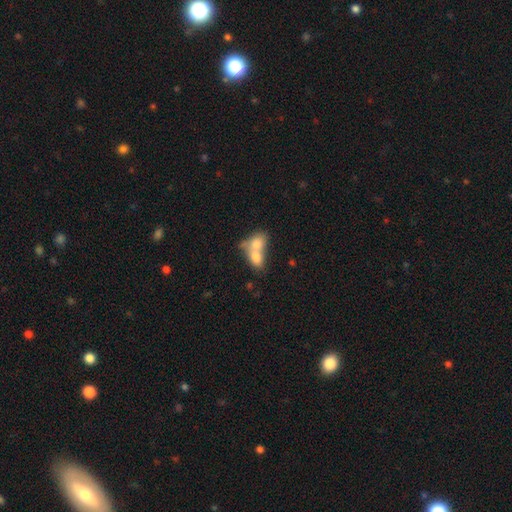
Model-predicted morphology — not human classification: Q: Smooth or featured?
A: smooth (75%); runner-up: featured or disk (17%)
Q: How rounded?
A: in between (78%); runner-up: round (19%)
Q: Merging?
A: merger (74%); runner-up: none (16%)